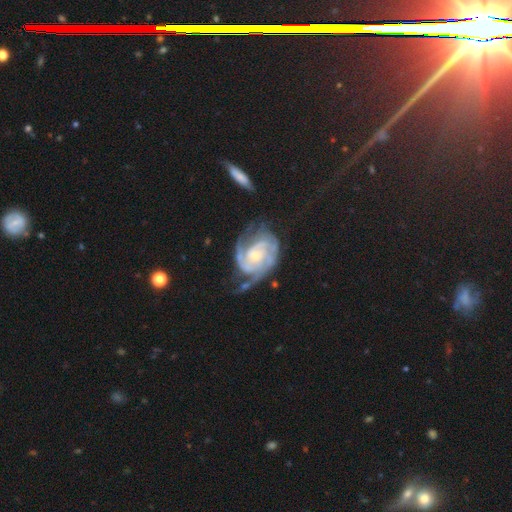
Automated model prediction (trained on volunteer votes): Q: Smooth or featured?
A: featured or disk (90%); runner-up: smooth (5%)
Q: Edge-on disk?
A: no (98%); runner-up: yes (2%)
Q: Bar?
A: no (64%); runner-up: weak (29%)
Q: Spiral arms?
A: yes (97%); runner-up: no (3%)
Q: Spiral winding?
A: tight (57%); runner-up: medium (35%)
Q: Spiral arm count?
A: 2 (42%); runner-up: 3 (24%)
Q: Bulge size?
A: small (58%); runner-up: moderate (37%)
Q: Merging?
A: none (49%); runner-up: minor disturbance (25%)